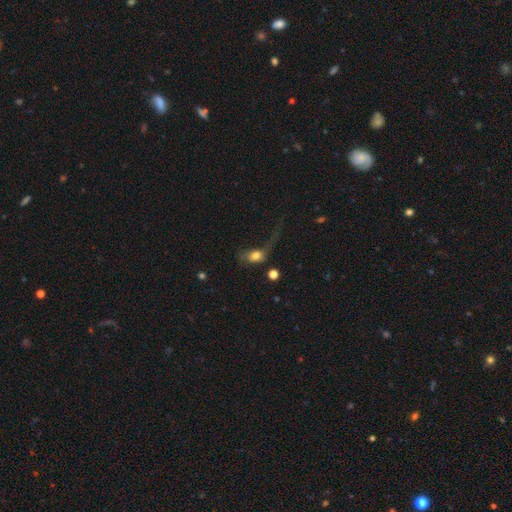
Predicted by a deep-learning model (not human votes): smooth_or_featured: smooth (p=0.67) [alt: featured or disk p=0.23]
how_rounded: in between (p=0.71) [alt: round p=0.25]
merging: major disturbance (p=0.58) [alt: none p=0.19]